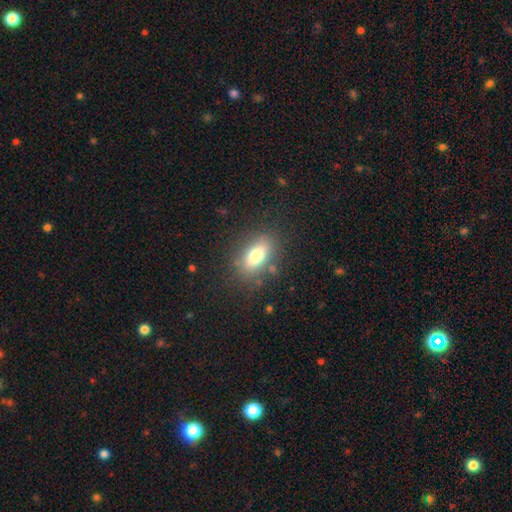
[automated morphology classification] Smooth or featured: smooth — 76% (featured or disk — 15%)
How rounded: in between — 85% (cigar-shaped — 8%)
Merging: none — 80% (minor disturbance — 12%)